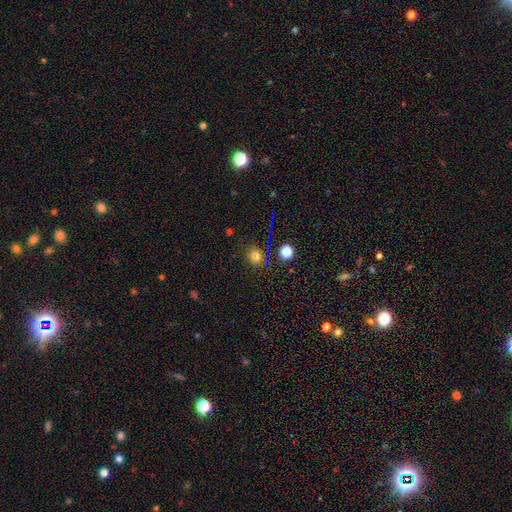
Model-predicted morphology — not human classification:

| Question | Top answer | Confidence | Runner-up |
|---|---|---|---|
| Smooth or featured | smooth | 71% | star or artifact (21%) |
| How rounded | round | 83% | in between (16%) |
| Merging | none | 85% | minor disturbance (9%) |